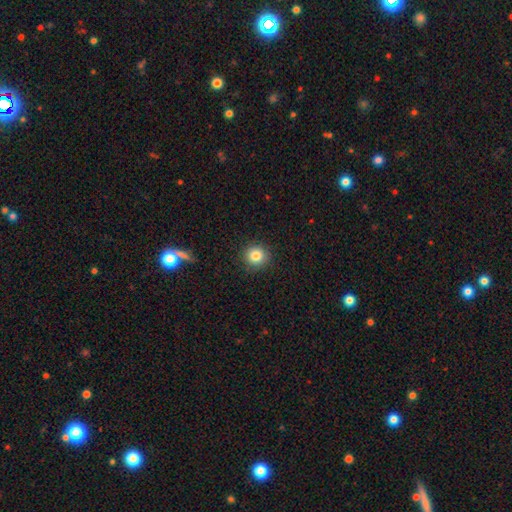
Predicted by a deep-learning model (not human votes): A smooth galaxy with no disk features (83%) that is round (93%).

Vote fractions:
- Smooth or featured? smooth: 83% / star or artifact: 11% / featured or disk: 6%
- How rounded? round: 93% / in between: 6% / cigar-shaped: 1%
- Merging? none: 91% / minor disturbance: 6% / major disturbance: 2% / merger: 1%